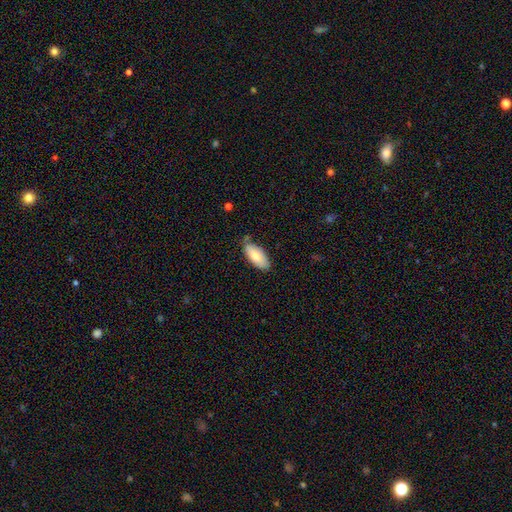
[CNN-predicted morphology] Overall: smooth (79%). How rounded: in between (90%). Merging: none (69%).